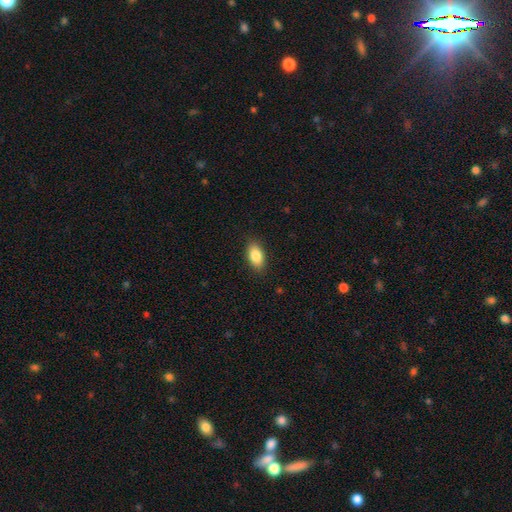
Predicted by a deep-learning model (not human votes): This is clearly a smooth galaxy (86%). How rounded: clearly in between (91%). Merging: clearly none (87%).